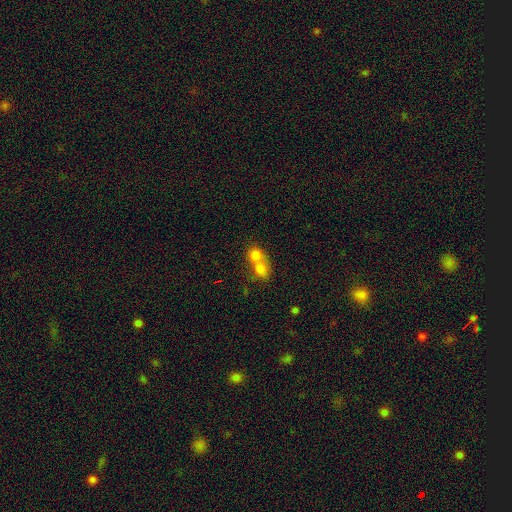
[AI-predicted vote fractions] This appears to be a smooth galaxy with no disk features (75%) that is round (58%). Merging: merger (72%).